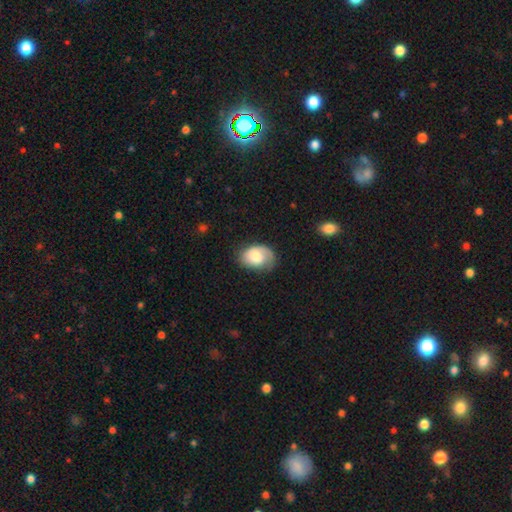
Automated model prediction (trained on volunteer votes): Smooth or featured: smooth — 49% (featured or disk — 44%)
Merging: none — 61% (minor disturbance — 25%)